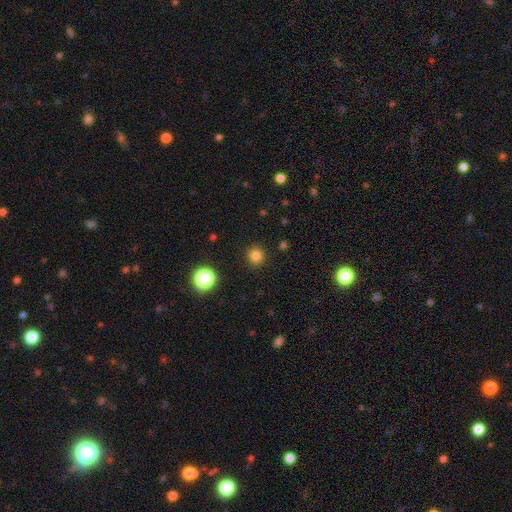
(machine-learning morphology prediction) smooth-or-featured: smooth: 81% | star or artifact: 15% | featured or disk: 4%
  how-rounded: round: 93% | in between: 6% | cigar-shaped: 1%
  merging: none: 91% | minor disturbance: 6% | major disturbance: 2% | merger: 1%